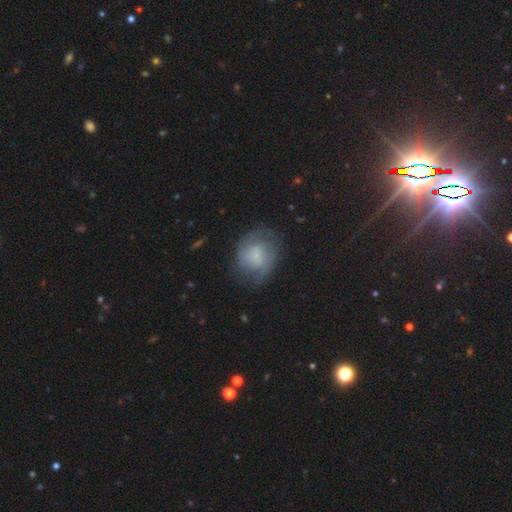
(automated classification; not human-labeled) Q: Smooth or featured?
A: featured or disk (54%); runner-up: smooth (37%)
Q: Edge-on disk?
A: no (98%); runner-up: yes (2%)
Q: Bar?
A: no (59%); runner-up: weak (35%)
Q: Spiral arms?
A: yes (85%); runner-up: no (15%)
Q: Bulge size?
A: small (48%); runner-up: none (23%)
Q: Merging?
A: none (63%); runner-up: minor disturbance (22%)